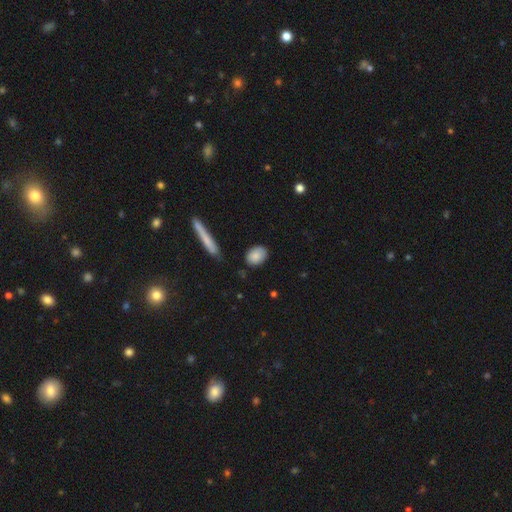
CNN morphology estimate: Smooth or featured? Predicted: smooth (p=0.85). How rounded? Predicted: in between (p=0.73). Merging? Predicted: none (p=0.79).